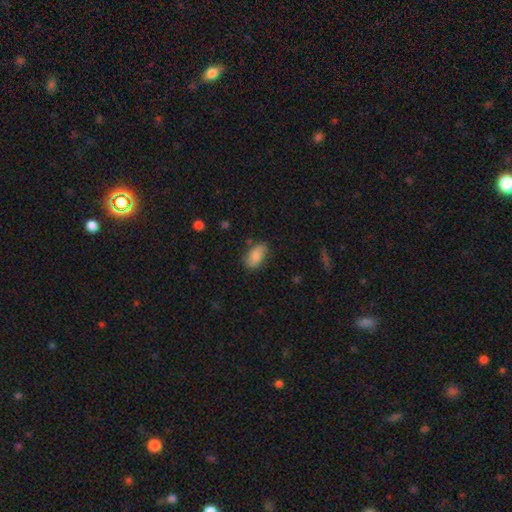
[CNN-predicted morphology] Smooth or featured? smooth (76%)
How rounded? in between (92%)
Merging? none (67%)